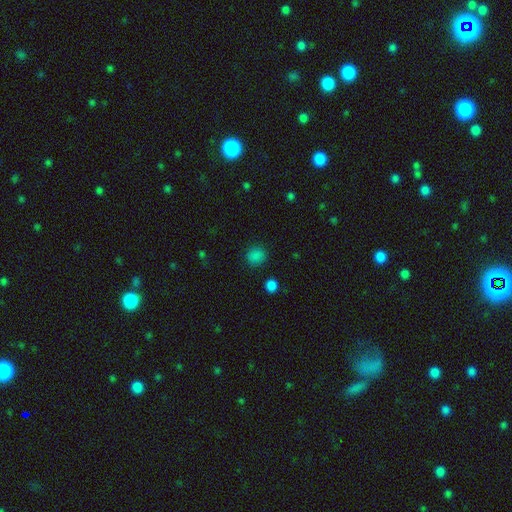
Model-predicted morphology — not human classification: The model was most divided on "how rounded": round: 83%, in between: 16%, cigar-shaped: 1%. More confident: merging — none (87%); smooth or featured — smooth (82%).